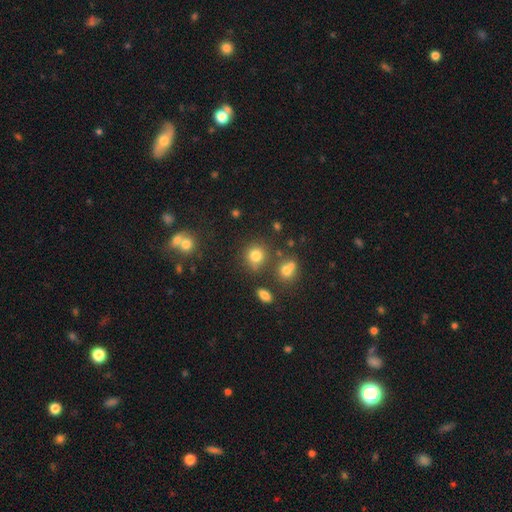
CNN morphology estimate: smooth-or-featured: smooth: 78% | star or artifact: 15% | featured or disk: 7%
  how-rounded: round: 83% | in between: 16% | cigar-shaped: 1%
  merging: none: 71% | minor disturbance: 13% | merger: 11% | major disturbance: 5%